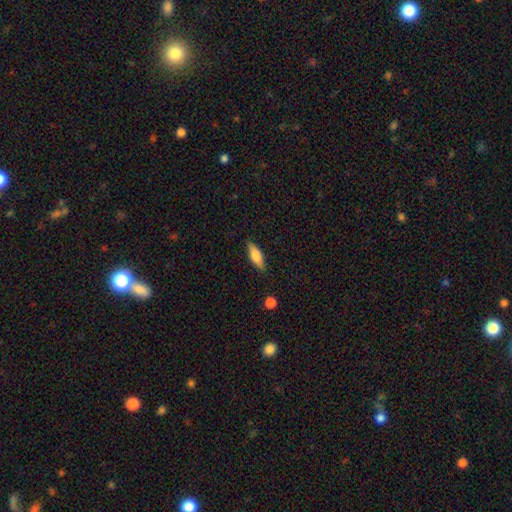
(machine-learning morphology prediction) This is likely a smooth galaxy (69%). How rounded: possibly in between (59%). Merging: clearly none (83%).